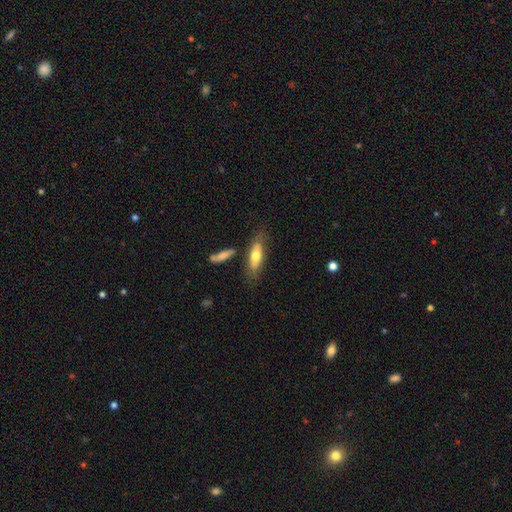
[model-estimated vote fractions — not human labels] Morphology: type=smooth (62%); roundness=in between (58%); merging=none (69%).